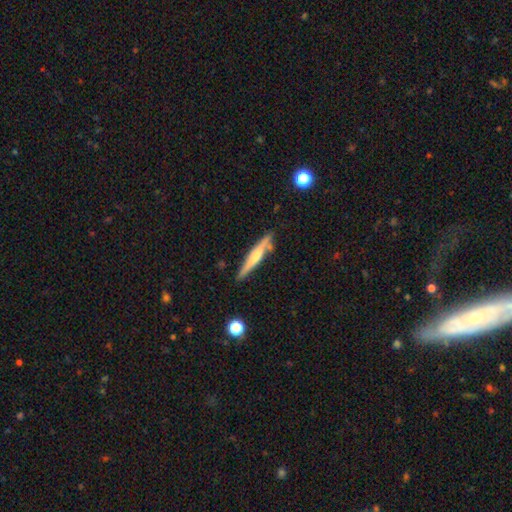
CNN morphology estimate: Smooth or featured?
  - featured or disk: 49% *
  - smooth: 45%
  - star or artifact: 6%
Merging?
  - none: 77% *
  - minor disturbance: 15%
  - merger: 6%
  - major disturbance: 3%